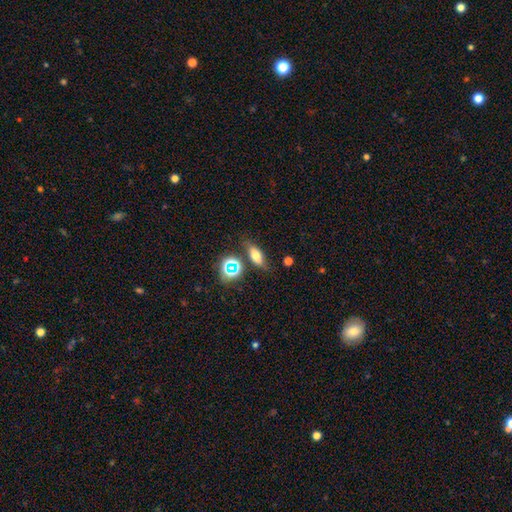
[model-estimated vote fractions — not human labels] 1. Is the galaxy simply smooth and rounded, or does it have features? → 64% smooth, 20% featured or disk, 16% star or artifact.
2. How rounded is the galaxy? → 69% in between, 20% cigar-shaped, 11% round.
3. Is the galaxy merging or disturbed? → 72% none, 16% minor disturbance, 7% merger, 5% major disturbance.